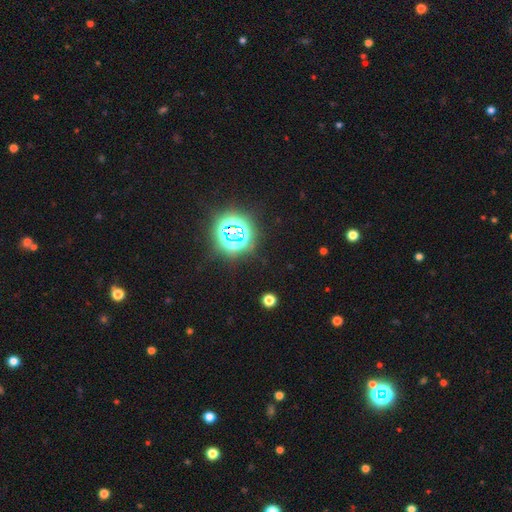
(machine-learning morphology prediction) Overall: star or artifact (79%).